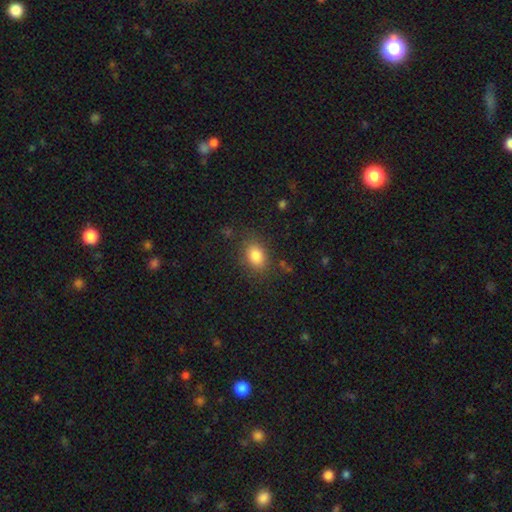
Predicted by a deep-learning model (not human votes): smooth 83%, star or artifact 10%, featured or disk 7%. Down the decision tree: how rounded — in between (75%); merging — none (79%).